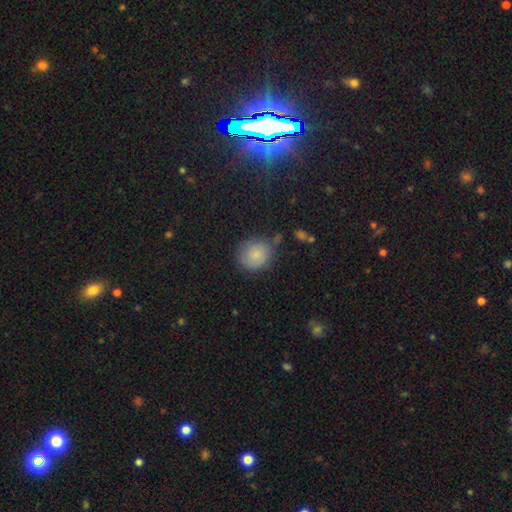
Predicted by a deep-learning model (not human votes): smooth-or-featured: smooth: 80% | featured or disk: 10% | star or artifact: 9%
  how-rounded: round: 80% | in between: 19% | cigar-shaped: 1%
  merging: none: 68% | minor disturbance: 20% | major disturbance: 6% | merger: 5%